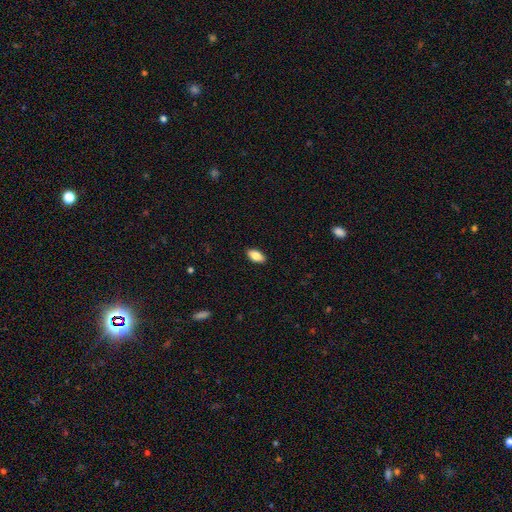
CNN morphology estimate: type=smooth (84%); roundness=in between (91%); merging=none (89%).